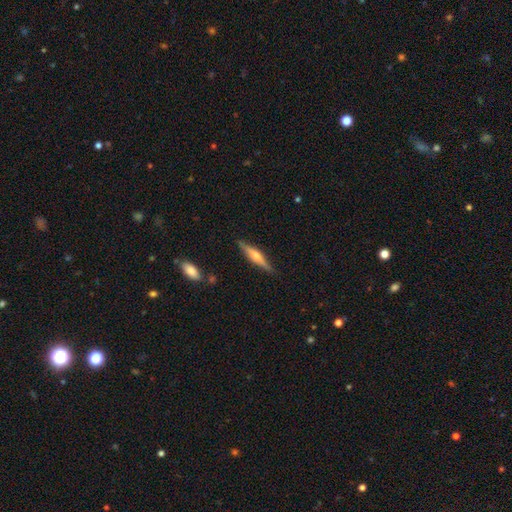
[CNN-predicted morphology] smooth-or-featured: featured or disk: 64% | smooth: 30% | star or artifact: 6%
  disk-edge-on: yes: 97% | no: 3%
    edge-on-bulge: rounded: 83% | boxy: 10% | none: 7%
  merging: none: 87% | minor disturbance: 9% | major disturbance: 2% | merger: 2%